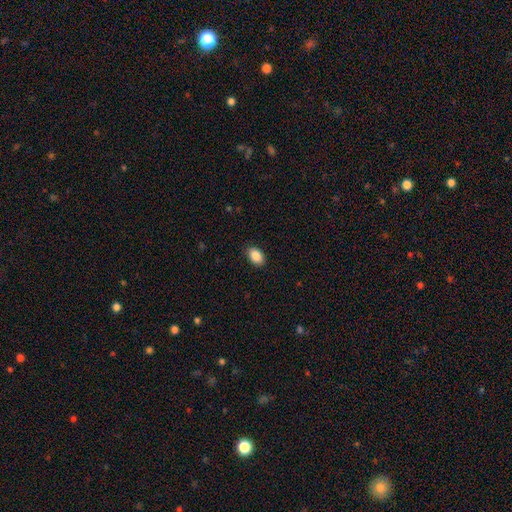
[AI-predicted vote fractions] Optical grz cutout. It shows a smooth galaxy with no disk features (88%) that is in between round and cigar-shaped (88%). Merging: none (88%).